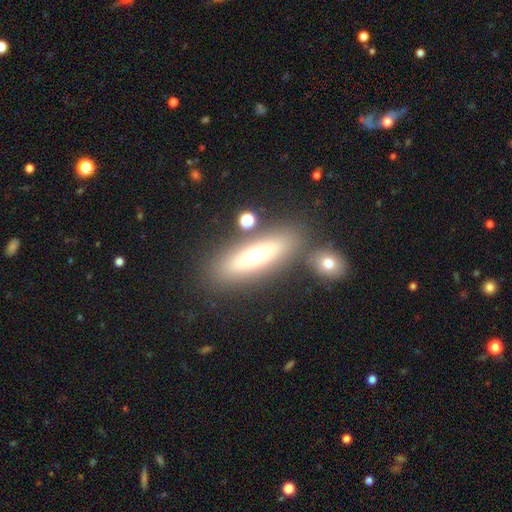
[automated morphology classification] The model was most divided on "how rounded": cigar-shaped: 53%, in between: 44%, round: 3%. More confident: merging — none (74%); smooth or featured — smooth (54%).